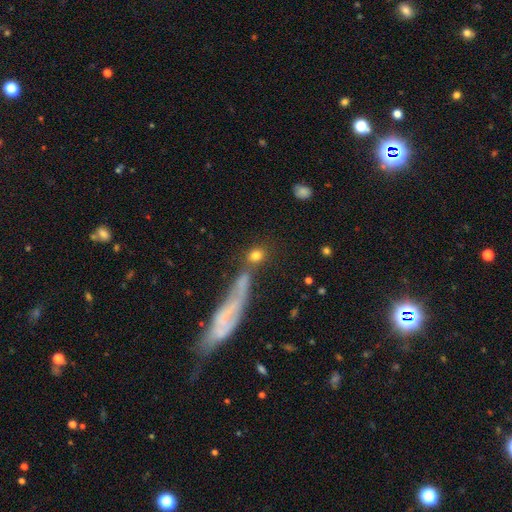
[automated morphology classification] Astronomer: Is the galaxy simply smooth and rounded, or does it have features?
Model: smooth — 79%.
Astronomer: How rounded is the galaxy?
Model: round — 66%.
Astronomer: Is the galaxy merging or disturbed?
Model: none — 70%.